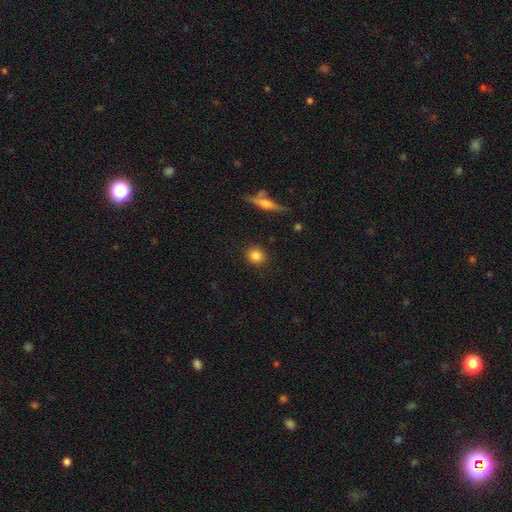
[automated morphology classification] Smooth or featured?
  - smooth: 84% *
  - star or artifact: 9%
  - featured or disk: 7%
How rounded?
  - round: 83% *
  - in between: 15%
  - cigar-shaped: 2%
Merging?
  - none: 87% *
  - minor disturbance: 8%
  - major disturbance: 3%
  - merger: 2%